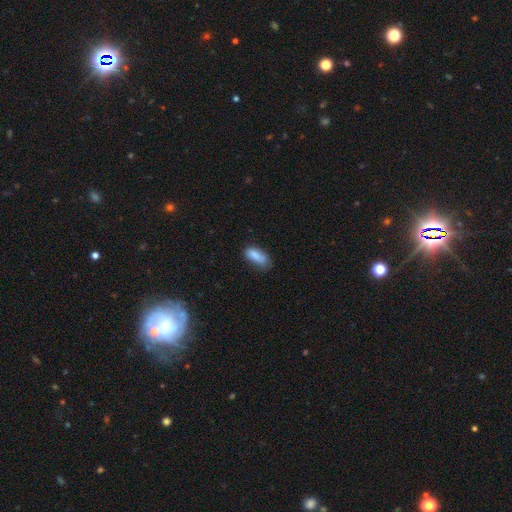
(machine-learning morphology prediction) The model was most divided on "merging": none: 56%, minor disturbance: 32%, major disturbance: 9%, merger: 3%. More confident: smooth or featured — smooth (84%); how rounded — in between (77%).